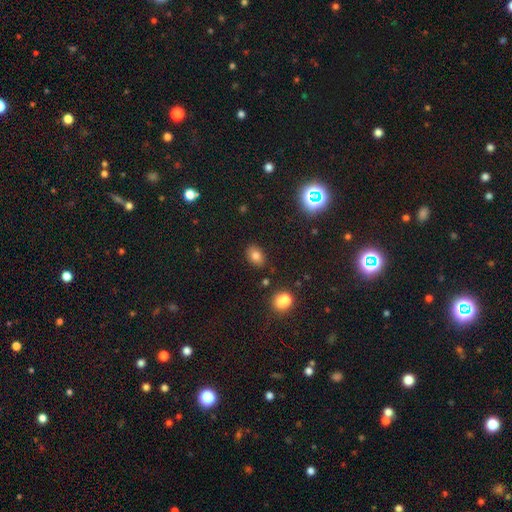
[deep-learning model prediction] Smooth or featured?
  - smooth: 77% *
  - star or artifact: 13%
  - featured or disk: 10%
How rounded?
  - in between: 74% *
  - round: 25%
  - cigar-shaped: 1%
Merging?
  - none: 84% *
  - minor disturbance: 11%
  - merger: 3%
  - major disturbance: 2%